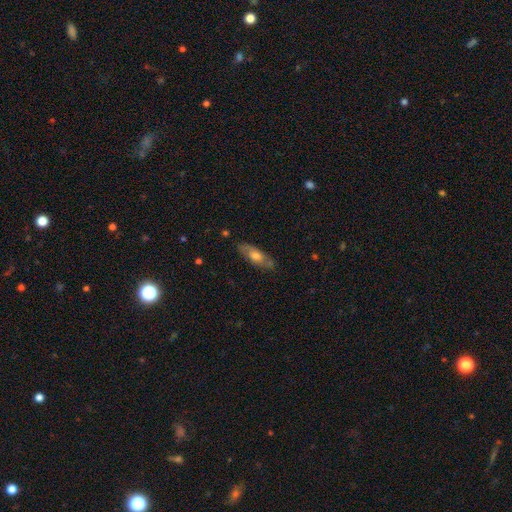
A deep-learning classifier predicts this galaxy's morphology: Smooth or featured? Predicted: smooth (p=0.51). How rounded? Predicted: in between (p=0.62). Merging? Predicted: none (p=0.79).